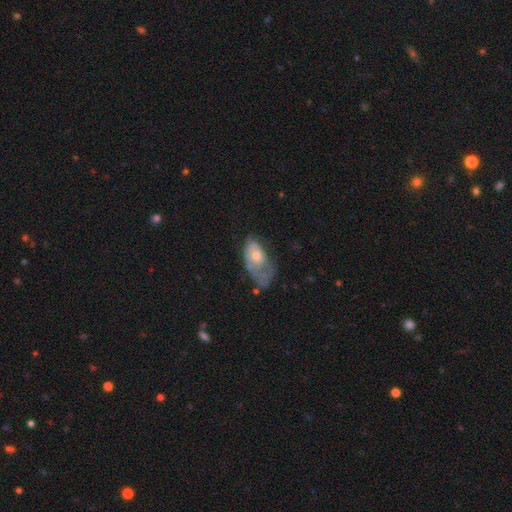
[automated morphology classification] The model was most divided on "smooth or featured": smooth: 50%, featured or disk: 43%, star or artifact: 7%. Remaining: how rounded — in between (90%); merging — major disturbance (39%).